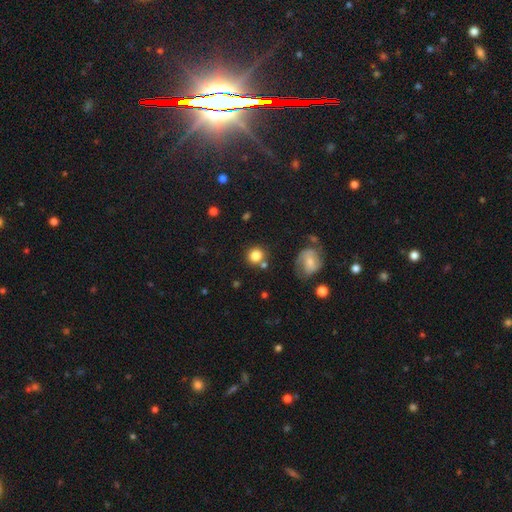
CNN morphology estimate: Smooth or featured?
  - smooth: 81% *
  - star or artifact: 10%
  - featured or disk: 9%
How rounded?
  - round: 89% *
  - in between: 10%
  - cigar-shaped: 1%
Merging?
  - none: 74% *
  - minor disturbance: 11%
  - merger: 10%
  - major disturbance: 5%